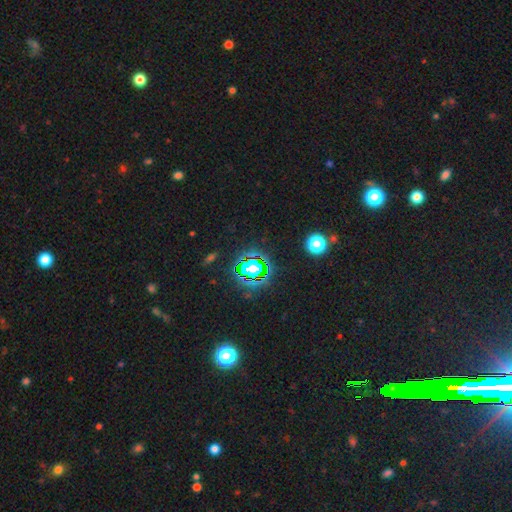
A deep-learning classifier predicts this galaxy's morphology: type=star or artifact (81%).